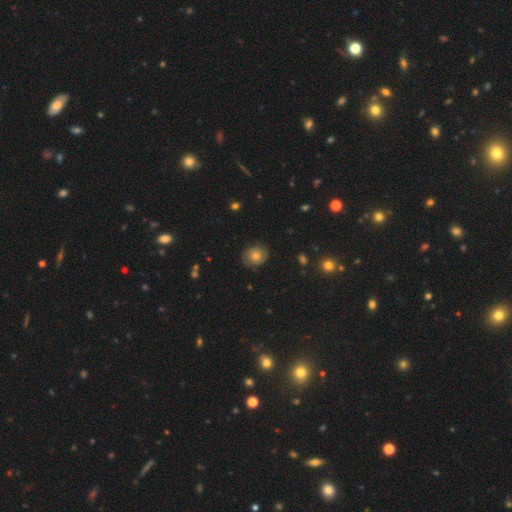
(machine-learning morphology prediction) A smooth galaxy with no disk features (48%). Merging: none (82%).